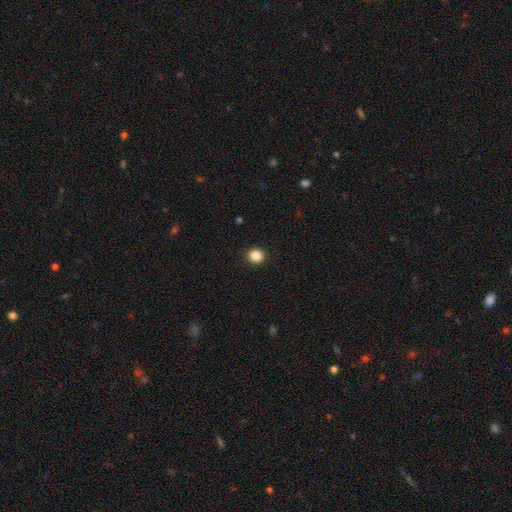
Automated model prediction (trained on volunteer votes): Smooth or featured? Predicted: smooth (p=0.87). How rounded? Predicted: round (p=0.86). Merging? Predicted: none (p=0.92).